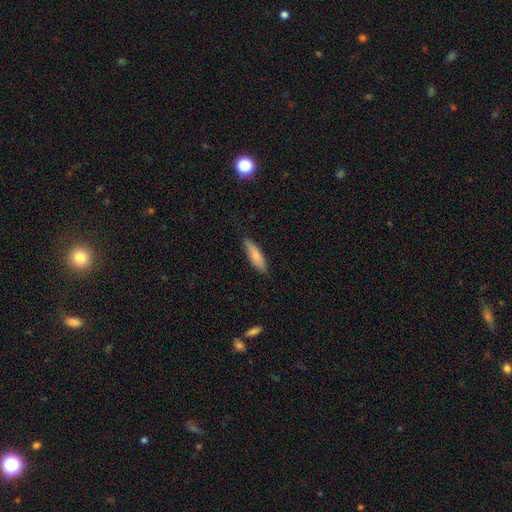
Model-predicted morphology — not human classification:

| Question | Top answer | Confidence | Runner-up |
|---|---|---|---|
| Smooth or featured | smooth | 75% | featured or disk (19%) |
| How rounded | cigar-shaped | 60% | in between (39%) |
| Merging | none | 81% | minor disturbance (16%) |